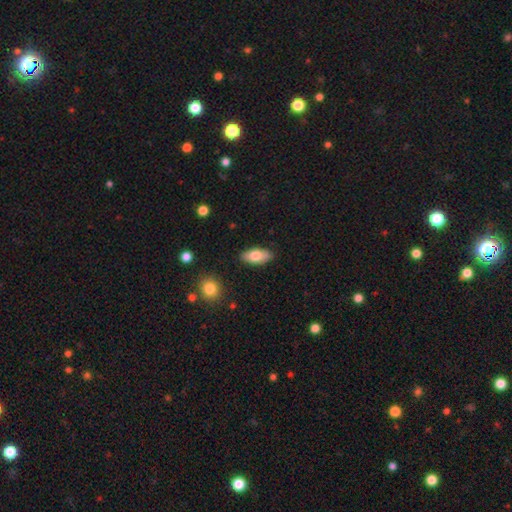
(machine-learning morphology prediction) smooth-or-featured: smooth: 75% | featured or disk: 18% | star or artifact: 6%
  how-rounded: in between: 89% | cigar-shaped: 9% | round: 3%
  merging: none: 86% | minor disturbance: 10% | major disturbance: 2% | merger: 2%